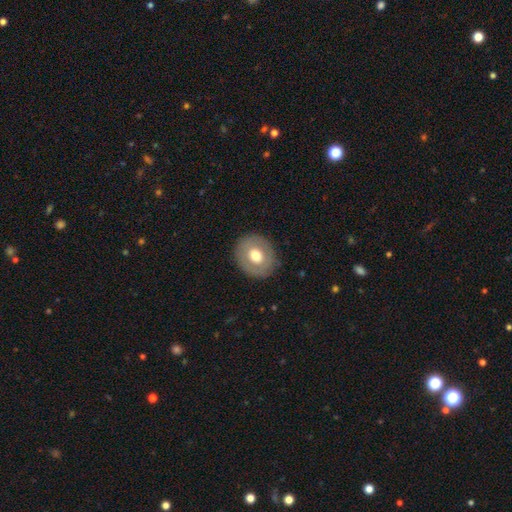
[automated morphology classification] type=smooth (60%); roundness=round (73%); merging=none (87%).